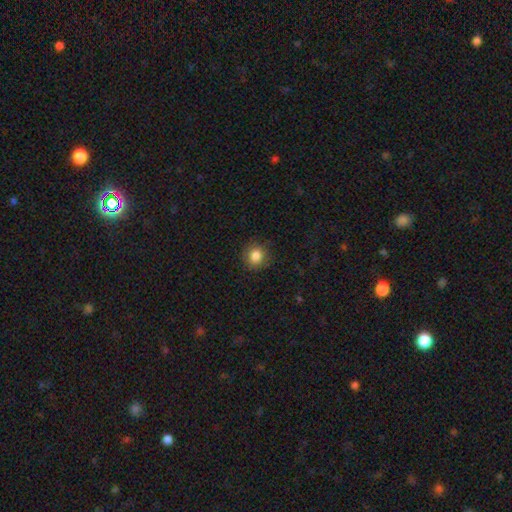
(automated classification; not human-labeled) Morphology: type=smooth (85%); roundness=round (87%); merging=none (86%).